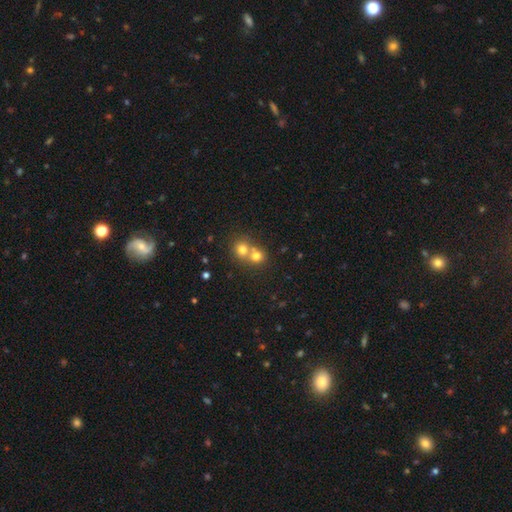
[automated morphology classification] Smooth or featured?
  - smooth: 72% *
  - featured or disk: 14%
  - star or artifact: 14%
How rounded?
  - round: 82% *
  - in between: 17%
  - cigar-shaped: 1%
Merging?
  - merger: 59% *
  - none: 35%
  - minor disturbance: 4%
  - major disturbance: 2%